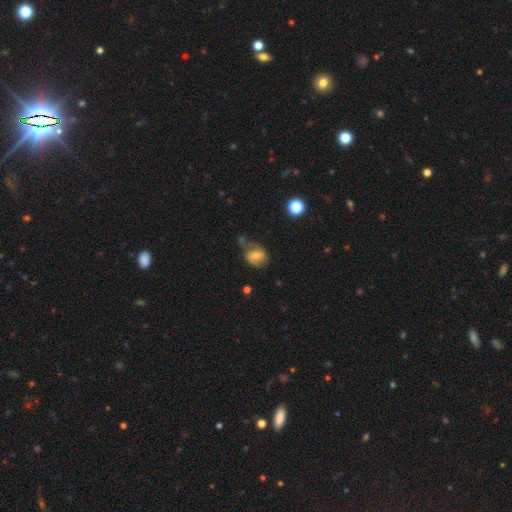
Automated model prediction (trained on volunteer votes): Overall: featured or disk (51%; smooth 40%). Edge-on disk: no (97%). Merging: none (47%; minor disturbance 27%).